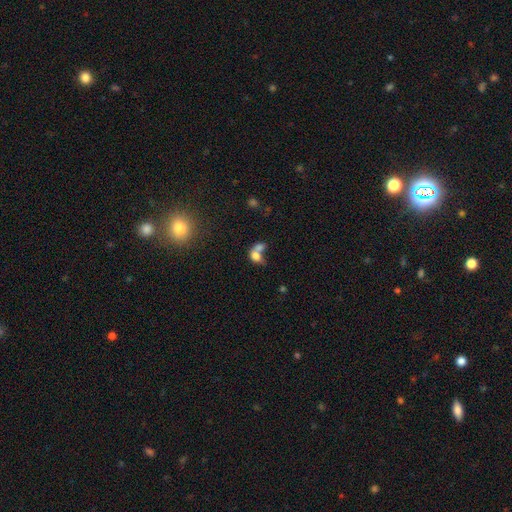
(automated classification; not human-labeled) smooth-or-featured: smooth: 72% | featured or disk: 18% | star or artifact: 11%
  how-rounded: in between: 64% | round: 33% | cigar-shaped: 2%
  merging: merger: 70% | none: 16% | major disturbance: 8% | minor disturbance: 7%